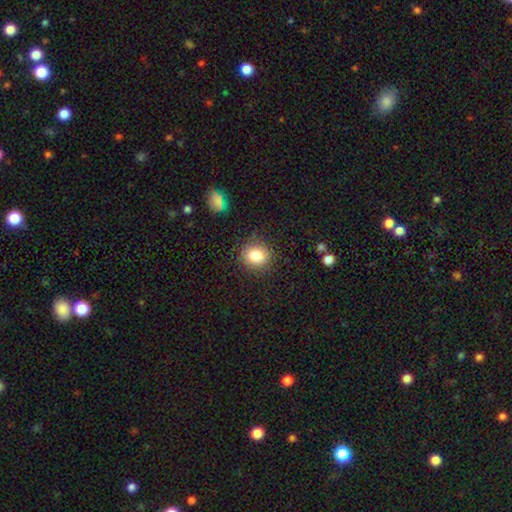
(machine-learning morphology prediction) Smooth or featured?
  - smooth: 83% *
  - star or artifact: 10%
  - featured or disk: 7%
How rounded?
  - round: 70% *
  - in between: 29%
  - cigar-shaped: 1%
Merging?
  - none: 84% *
  - minor disturbance: 11%
  - major disturbance: 3%
  - merger: 1%